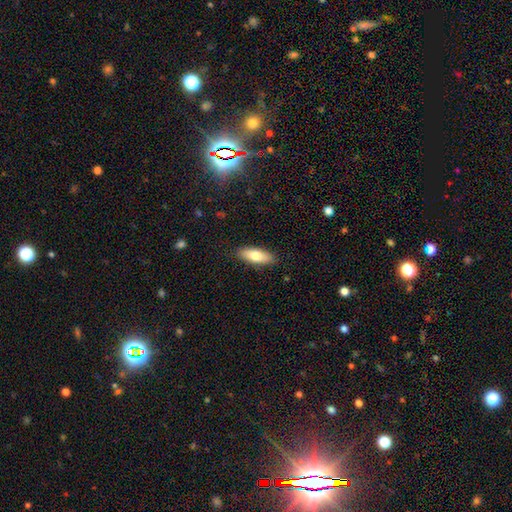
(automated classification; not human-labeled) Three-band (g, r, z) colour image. It shows a smooth galaxy with no disk features (74%) that is in between round and cigar-shaped (73%). Merging: none (87%).